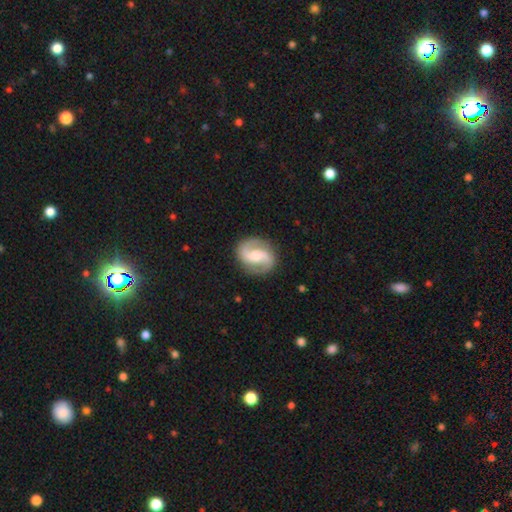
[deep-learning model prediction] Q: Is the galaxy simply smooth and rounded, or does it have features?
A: featured or disk — 86%.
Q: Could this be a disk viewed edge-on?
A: no — 98%.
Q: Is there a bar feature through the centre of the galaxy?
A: weak — 43%.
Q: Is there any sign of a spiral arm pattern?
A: yes — 96%.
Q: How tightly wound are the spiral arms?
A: medium — 53%.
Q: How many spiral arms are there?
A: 2 — 93%.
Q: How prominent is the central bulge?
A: moderate — 62%.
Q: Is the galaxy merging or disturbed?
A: none — 87%.